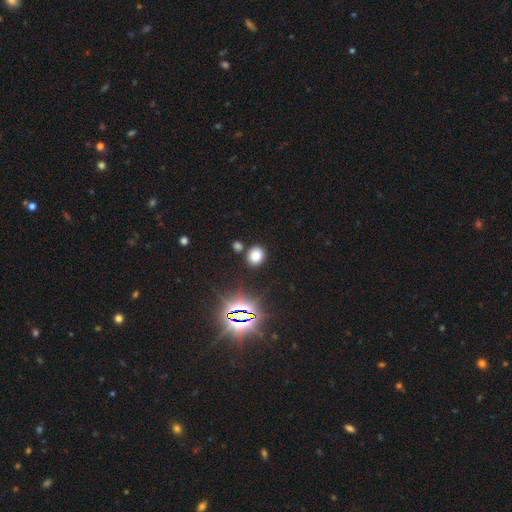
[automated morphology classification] A smooth galaxy with no disk features (72%) that is round (60%). Merging: none (82%).